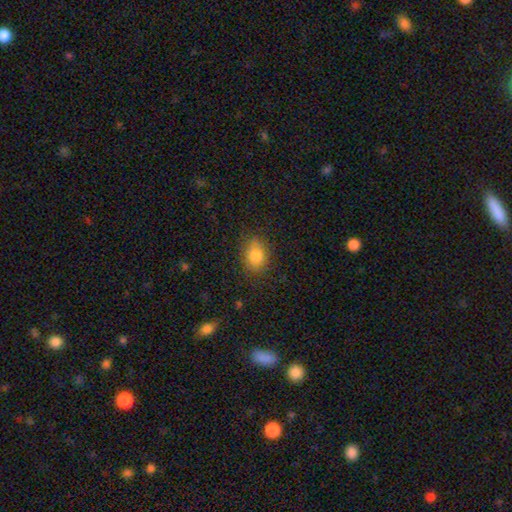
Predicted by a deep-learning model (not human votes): Morphology: type=smooth (84%); roundness=in between (69%); merging=none (81%).